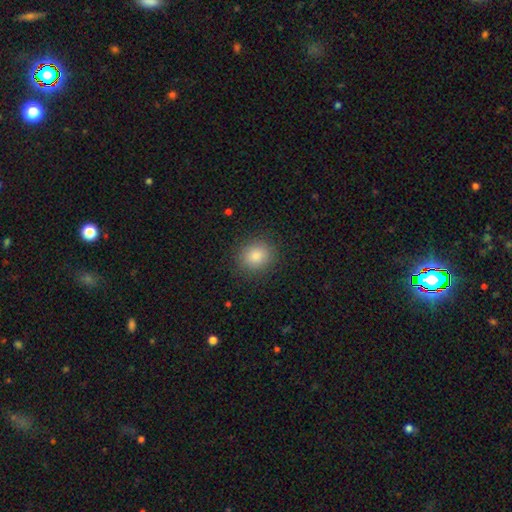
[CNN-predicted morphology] type=smooth (85%); roundness=round (74%); merging=none (89%).